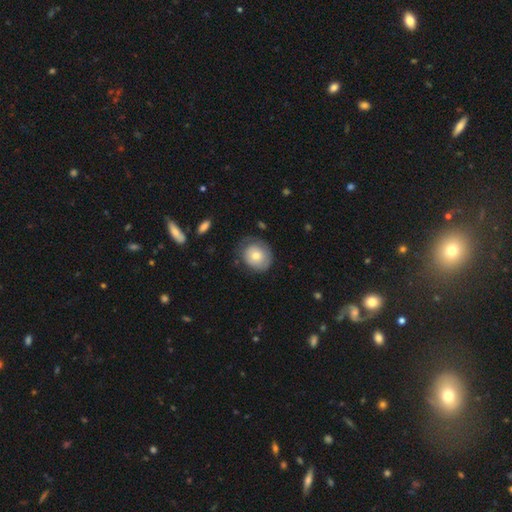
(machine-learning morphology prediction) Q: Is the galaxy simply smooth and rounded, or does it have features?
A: smooth — 66%.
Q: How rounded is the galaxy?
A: round — 74%.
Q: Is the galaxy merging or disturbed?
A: none — 64%.